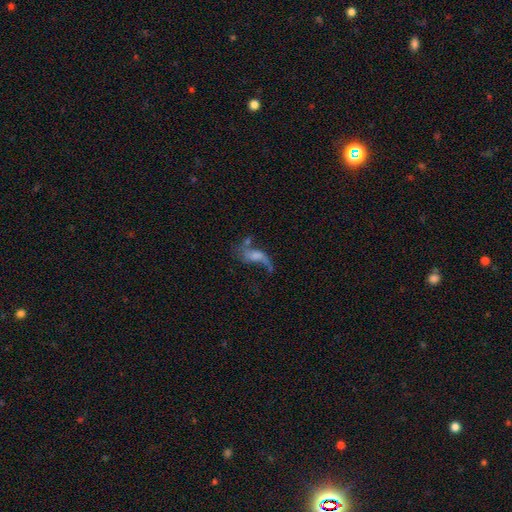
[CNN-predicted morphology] Smooth or featured? featured or disk (59%)
Edge-on disk? no (90%)
Bar? no (63%)
Spiral arms? yes (68%)
Bulge size? none (35%)
Merging? major disturbance (35%)